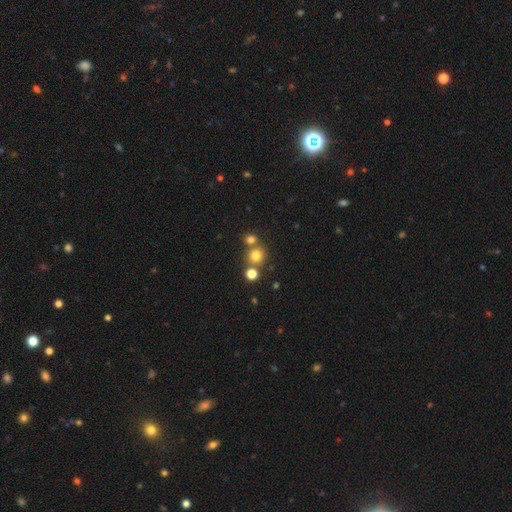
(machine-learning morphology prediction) smooth 75%, star or artifact 17%, featured or disk 9%. Down the decision tree: how rounded — round (89%); merging — none (64%).